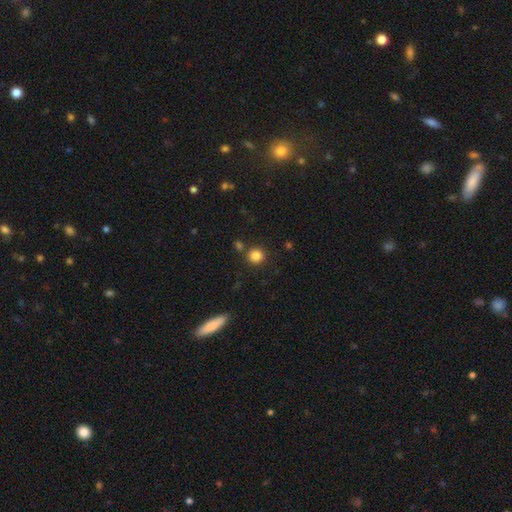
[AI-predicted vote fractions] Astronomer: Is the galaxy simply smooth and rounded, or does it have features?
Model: smooth — 85%.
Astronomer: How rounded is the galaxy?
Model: round — 90%.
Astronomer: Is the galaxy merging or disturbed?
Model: none — 83%.